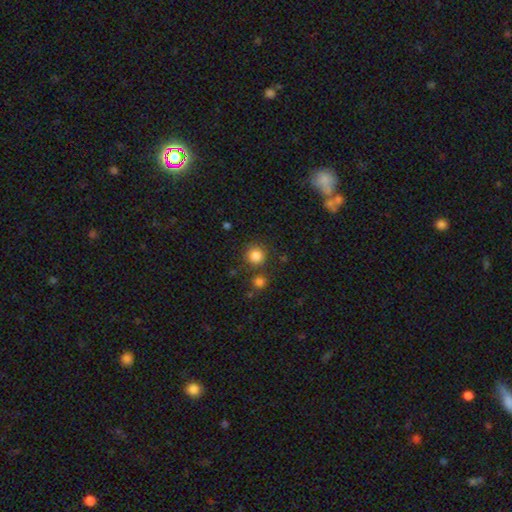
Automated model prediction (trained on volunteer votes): The model was most divided on "smooth or featured": smooth: 84%, star or artifact: 12%, featured or disk: 5%. More confident: how rounded — round (93%); merging — none (81%).